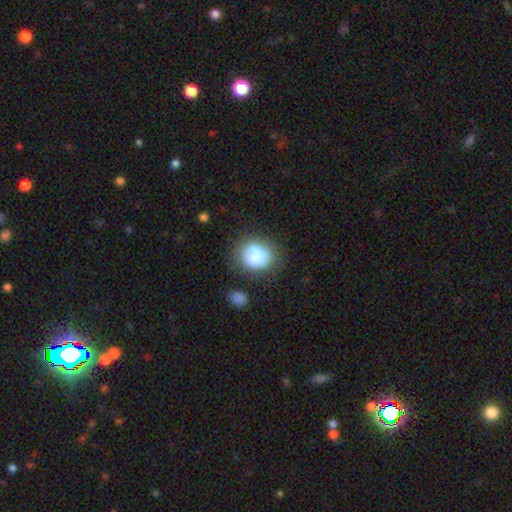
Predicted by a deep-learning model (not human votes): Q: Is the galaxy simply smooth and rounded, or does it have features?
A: smooth — 70%.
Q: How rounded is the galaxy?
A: round — 64%.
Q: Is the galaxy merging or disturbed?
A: none — 51%.